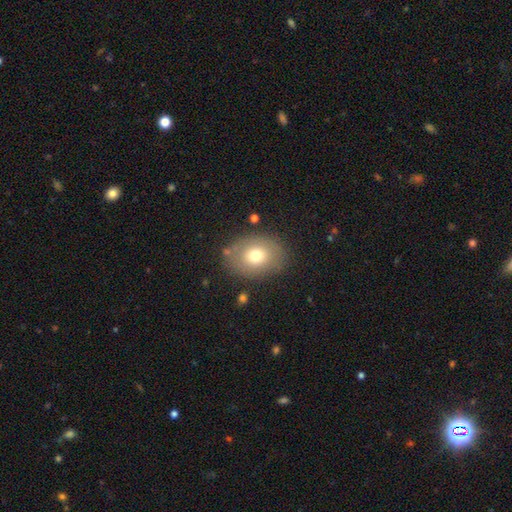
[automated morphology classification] This appears to be a smooth galaxy with no disk features (71%) that is in between round and cigar-shaped (64%). Merging: none (79%).